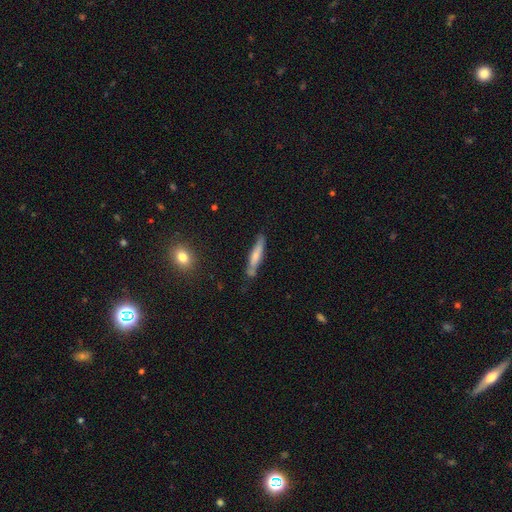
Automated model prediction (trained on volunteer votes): smooth_or_featured: smooth (p=0.59) [alt: featured or disk p=0.34]
how_rounded: cigar-shaped (p=0.88) [alt: in between p=0.11]
merging: none (p=0.73) [alt: minor disturbance p=0.19]